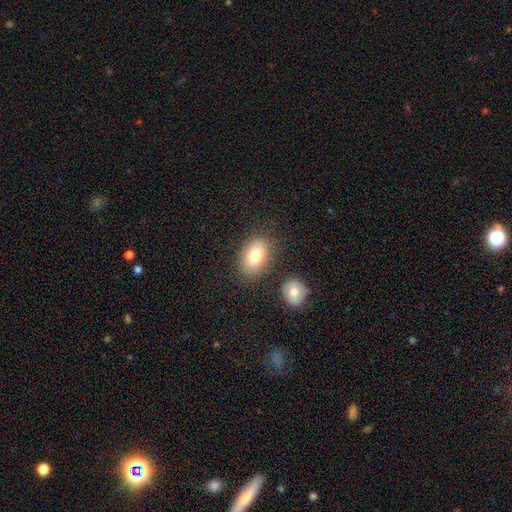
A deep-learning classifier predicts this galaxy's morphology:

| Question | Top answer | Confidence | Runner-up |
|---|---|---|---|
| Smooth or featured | smooth | 81% | featured or disk (11%) |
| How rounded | in between | 88% | round (11%) |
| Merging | none | 78% | minor disturbance (12%) |